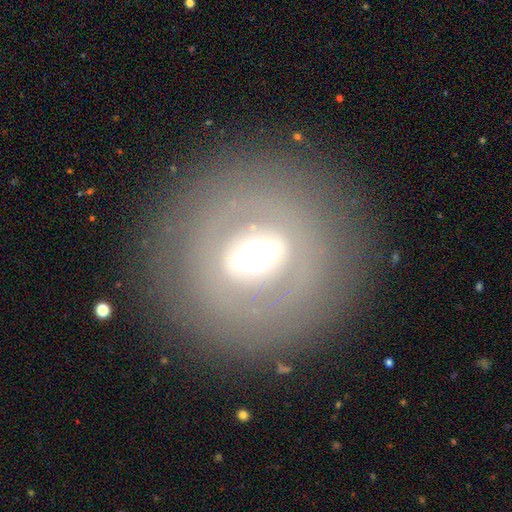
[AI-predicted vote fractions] featured or disk 59%, smooth 28%, star or artifact 13%. Down the decision tree: edge-on disk — no (75%); merging — none (83%).